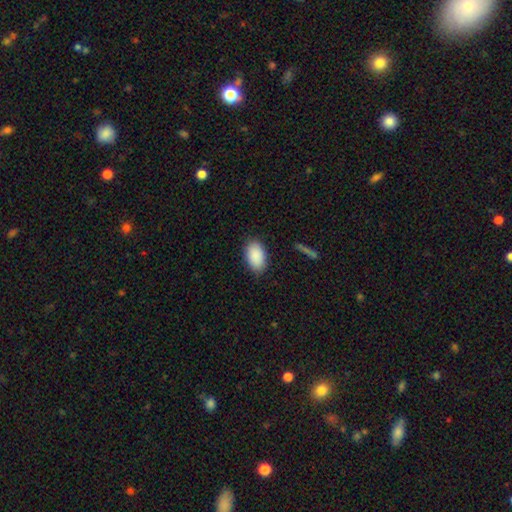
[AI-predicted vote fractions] This appears to be a smooth galaxy with no disk features (90%) that is in between round and cigar-shaped (93%). Merging: none (85%).